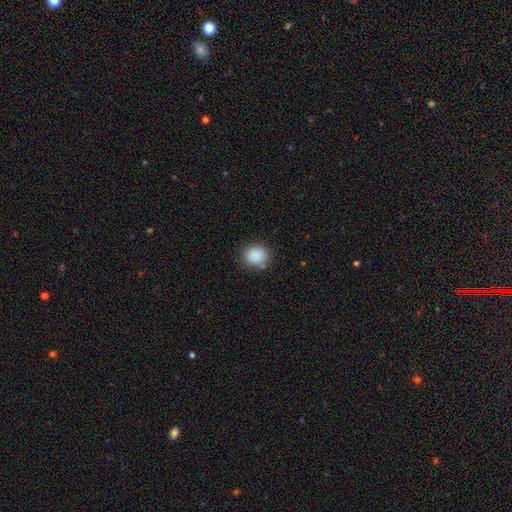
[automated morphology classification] Q: Smooth or featured?
A: smooth (88%); runner-up: star or artifact (9%)
Q: How rounded?
A: round (76%); runner-up: in between (23%)
Q: Merging?
A: none (81%); runner-up: minor disturbance (11%)